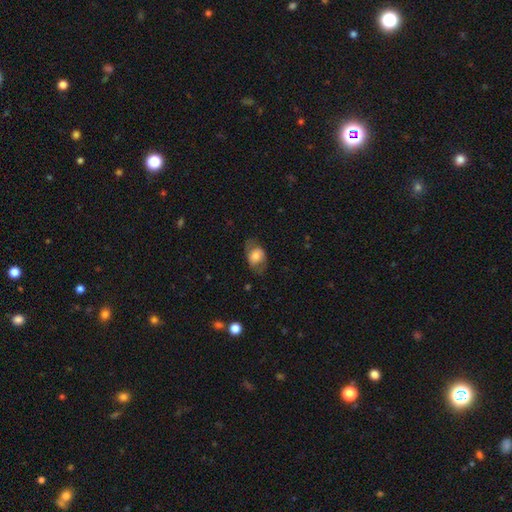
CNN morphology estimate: Overall: smooth (59%; featured or disk 34%). How rounded: in between (76%). Merging: none (66%).